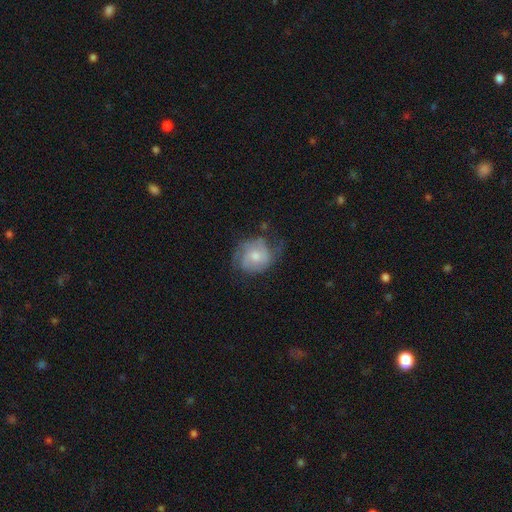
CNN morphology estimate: smooth_or_featured: featured or disk (p=0.55) [alt: smooth p=0.38]
disk_edge_on: no (p=0.97) [alt: yes p=0.03]
bar: no (p=0.71) [alt: weak p=0.25]
has_spiral_arms: yes (p=0.78) [alt: no p=0.22]
bulge_size: moderate (p=0.53) [alt: small p=0.37]
merging: none (p=0.49) [alt: minor disturbance p=0.30]